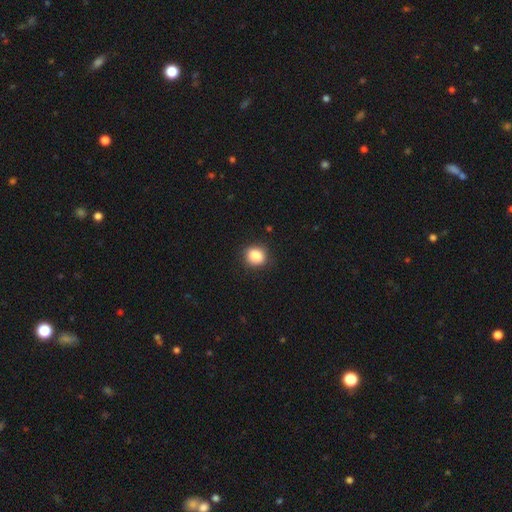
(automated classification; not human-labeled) A smooth galaxy with no disk features (87%) that is round (68%).

Vote fractions:
- Smooth or featured? smooth: 87% / star or artifact: 9% / featured or disk: 4%
- How rounded? round: 68% / in between: 31% / cigar-shaped: 1%
- Merging? none: 85% / minor disturbance: 11% / major disturbance: 3% / merger: 1%